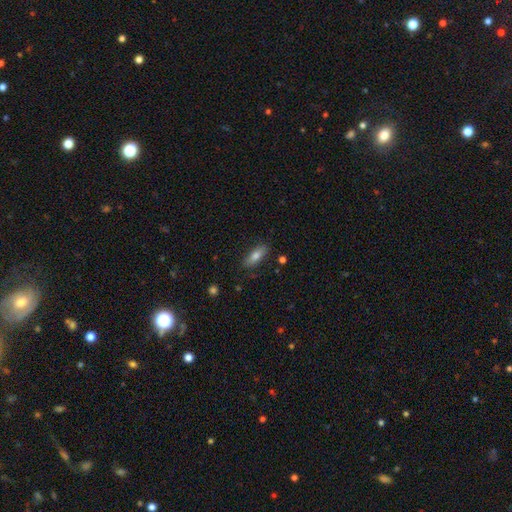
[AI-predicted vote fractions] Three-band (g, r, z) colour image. It shows a smooth galaxy with no disk features (76%) that is in between round and cigar-shaped (64%). Merging: none (83%).